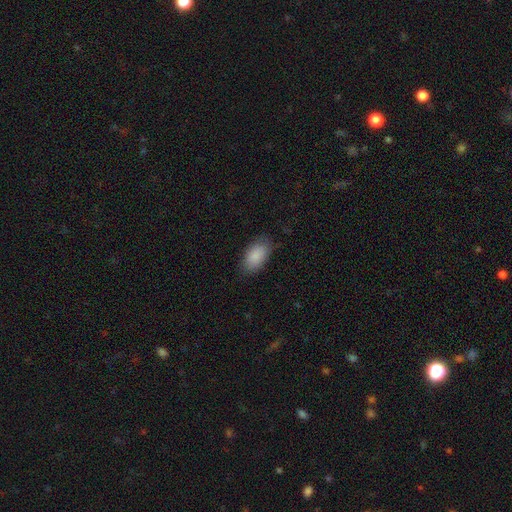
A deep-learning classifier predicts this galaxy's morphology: The model was most divided on "merging": none: 80%, minor disturbance: 15%, major disturbance: 4%, merger: 1%. More confident: how rounded — in between (94%); smooth or featured — smooth (89%).